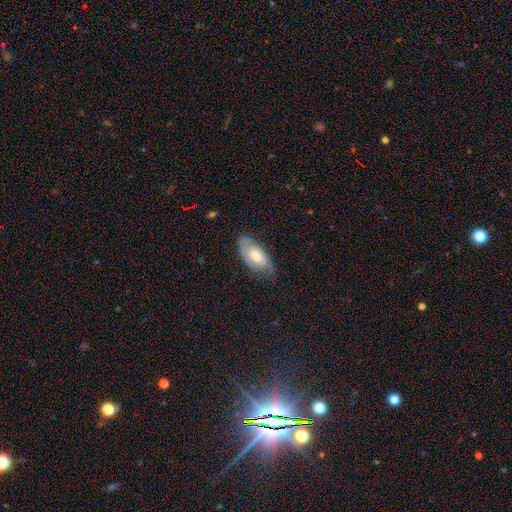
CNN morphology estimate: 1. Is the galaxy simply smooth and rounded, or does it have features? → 54% smooth, 41% featured or disk, 6% star or artifact.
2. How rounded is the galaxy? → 90% in between, 7% cigar-shaped, 3% round.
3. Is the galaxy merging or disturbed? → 64% none, 28% minor disturbance, 7% major disturbance, 1% merger.